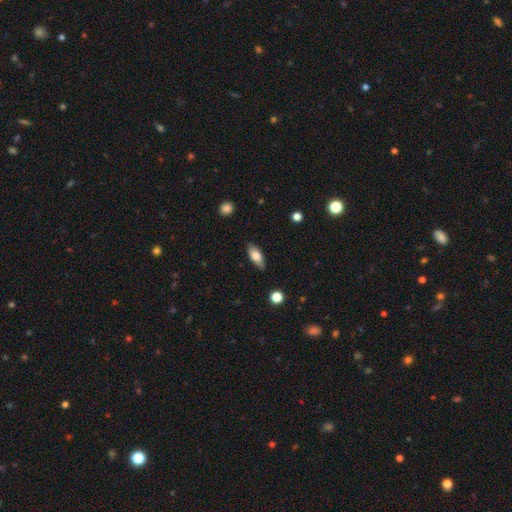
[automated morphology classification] smooth-or-featured: smooth: 71% | featured or disk: 23% | star or artifact: 7%
  how-rounded: in between: 79% | cigar-shaped: 18% | round: 3%
  merging: none: 83% | minor disturbance: 13% | major disturbance: 3% | merger: 1%